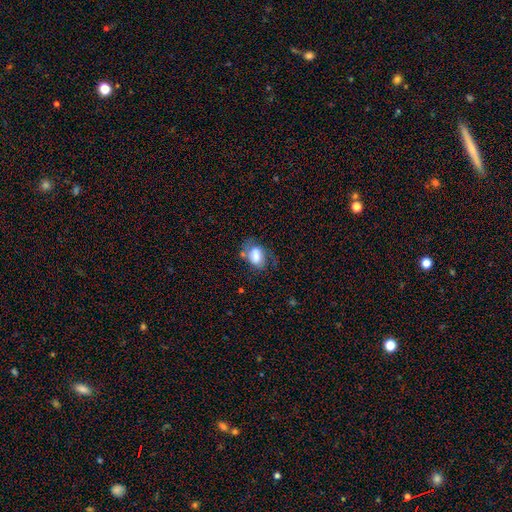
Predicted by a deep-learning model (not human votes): A smooth galaxy with no disk features (60%) that is in between round and cigar-shaped (82%). Merging: none (48%).